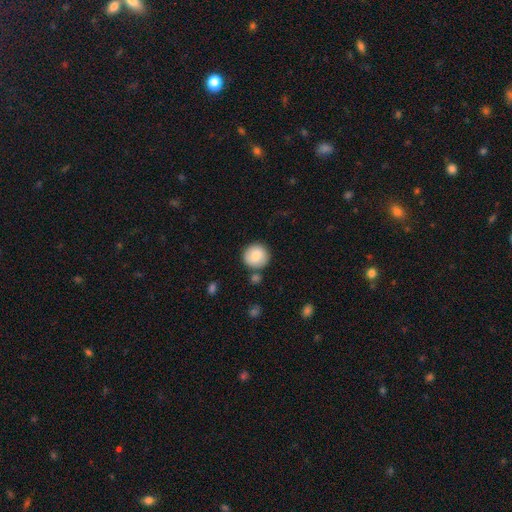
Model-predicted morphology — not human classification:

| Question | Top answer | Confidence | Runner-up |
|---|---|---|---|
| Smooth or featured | smooth | 84% | featured or disk (9%) |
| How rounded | round | 94% | in between (5%) |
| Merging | none | 81% | minor disturbance (10%) |